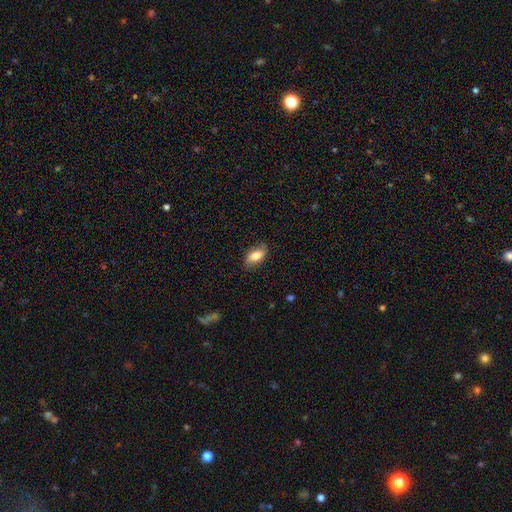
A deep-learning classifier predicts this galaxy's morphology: Smooth or featured? smooth (76%)
How rounded? in between (89%)
Merging? none (79%)